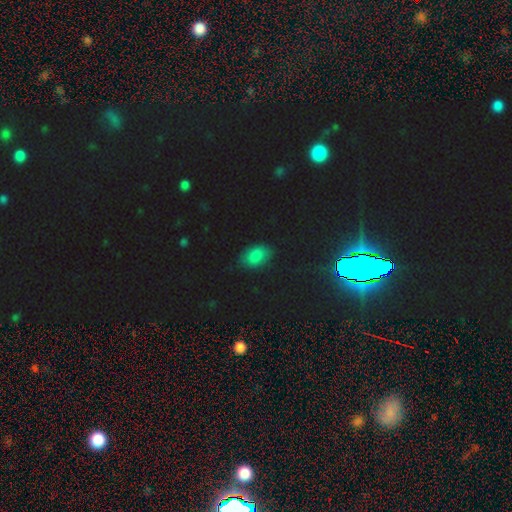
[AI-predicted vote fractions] smooth 79%, star or artifact 14%, featured or disk 7%. Down the decision tree: how rounded — in between (89%); merging — none (81%).